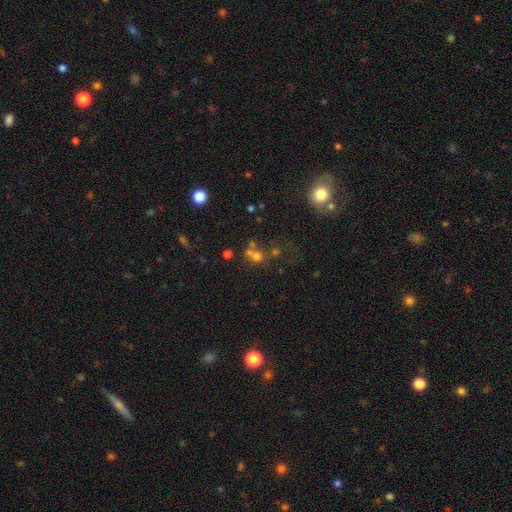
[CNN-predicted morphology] smooth-or-featured: smooth: 57% | star or artifact: 26% | featured or disk: 16%
  how-rounded: round: 82% | in between: 17% | cigar-shaped: 1%
  merging: none: 46% | merger: 39% | minor disturbance: 9% | major disturbance: 6%